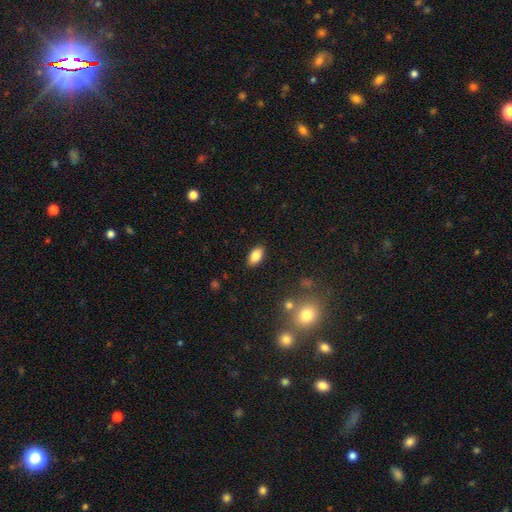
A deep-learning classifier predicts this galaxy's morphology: smooth-or-featured: smooth: 84% | star or artifact: 8% | featured or disk: 7%
  how-rounded: in between: 92% | round: 5% | cigar-shaped: 3%
  merging: none: 89% | minor disturbance: 8% | major disturbance: 2% | merger: 1%